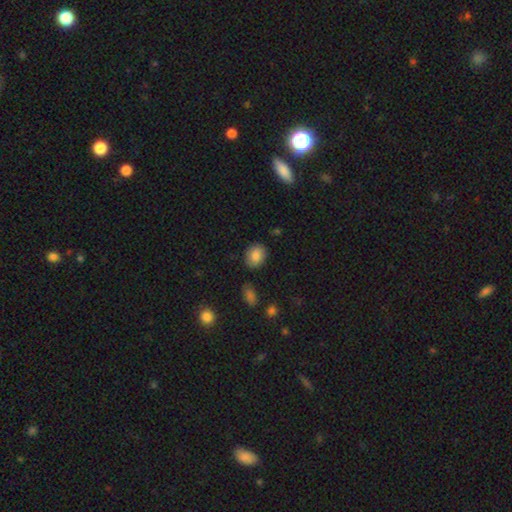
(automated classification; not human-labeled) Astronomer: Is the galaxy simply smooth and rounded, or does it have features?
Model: smooth — 85%.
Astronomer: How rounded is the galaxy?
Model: in between — 54% (runner-up: round, 45%).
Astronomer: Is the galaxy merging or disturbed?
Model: none — 82%.